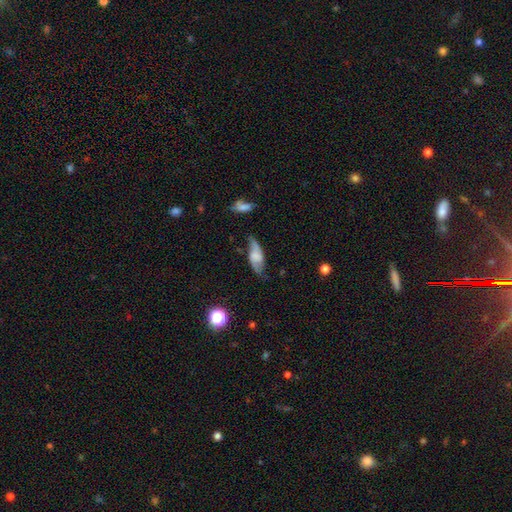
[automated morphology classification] smooth_or_featured: featured or disk (p=0.60) [alt: smooth p=0.32]
disk_edge_on: no (p=0.84) [alt: yes p=0.16]
merging: none (p=0.64) [alt: minor disturbance p=0.24]